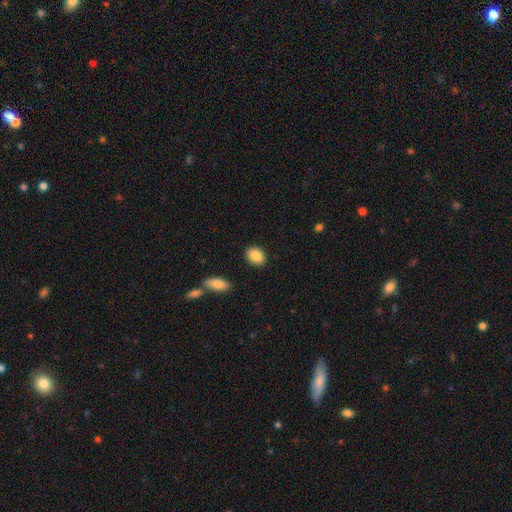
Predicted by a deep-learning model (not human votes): This is clearly a smooth galaxy (87%). How rounded: likely in between (72%). Merging: clearly none (89%).